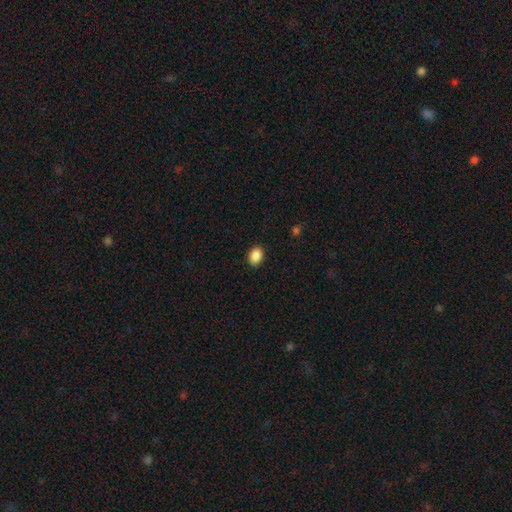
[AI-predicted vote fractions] Overall: smooth (89%). How rounded: in between (63%; round 37%). Merging: none (90%).